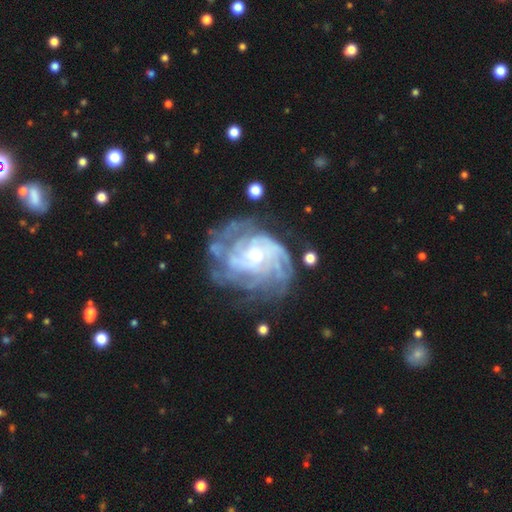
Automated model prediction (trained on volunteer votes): Smooth or featured? featured or disk (87%)
Edge-on disk? no (97%)
Bar? no (66%)
Spiral arms? yes (94%)
Spiral winding? tight (64%)
Spiral arm count? can't tell (38%)
Bulge size? small (47%)
Merging? none (63%)